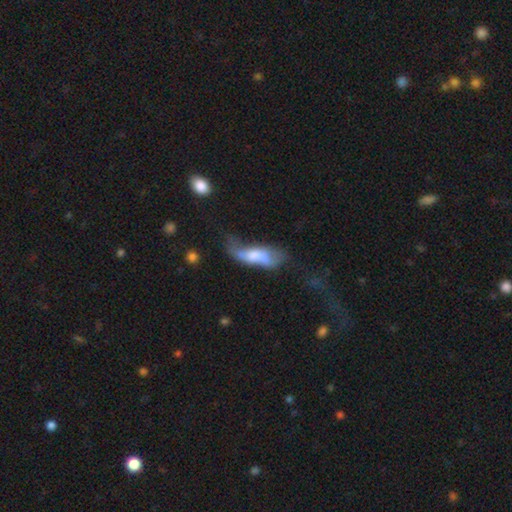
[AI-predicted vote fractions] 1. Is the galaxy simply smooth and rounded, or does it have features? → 49% smooth, 43% featured or disk, 8% star or artifact.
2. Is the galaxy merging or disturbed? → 40% major disturbance, 25% minor disturbance, 22% none, 13% merger.